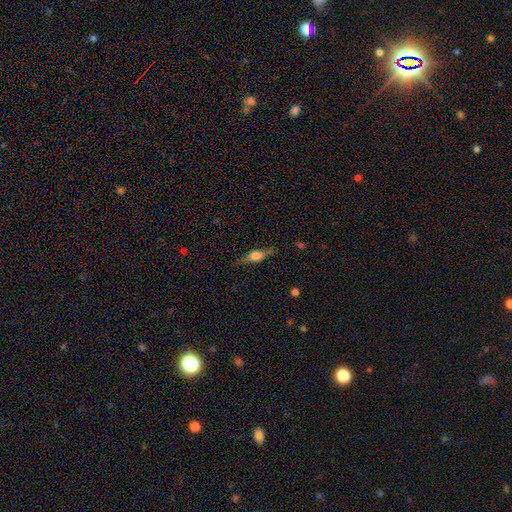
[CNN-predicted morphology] smooth_or_featured: featured or disk (p=0.53) [alt: smooth p=0.39]
disk_edge_on: yes (p=0.91) [alt: no p=0.09]
merging: none (p=0.75) [alt: minor disturbance p=0.18]